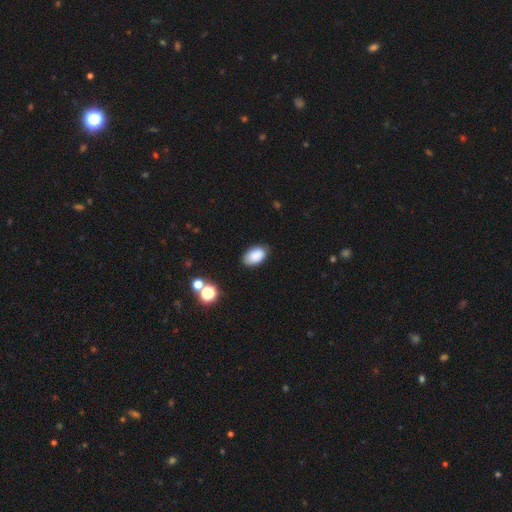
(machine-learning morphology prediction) The model was most divided on "merging": none: 83%, minor disturbance: 13%, major disturbance: 3%, merger: 2%. More confident: how rounded — in between (92%); smooth or featured — smooth (87%).